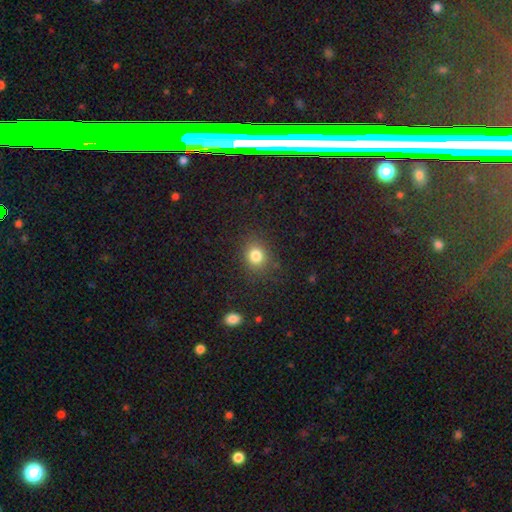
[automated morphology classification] Smooth or featured: smooth — 82% (star or artifact — 12%)
How rounded: round — 71% (in between — 28%)
Merging: none — 85% (minor disturbance — 10%)